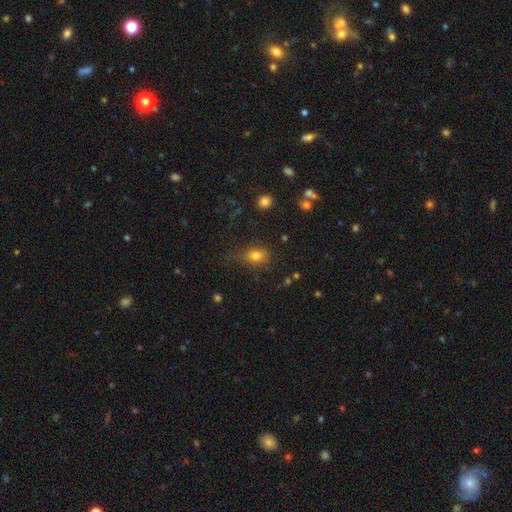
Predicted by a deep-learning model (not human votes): smooth 77%, star or artifact 15%, featured or disk 8%. Down the decision tree: how rounded — in between (55%); merging — none (69%).